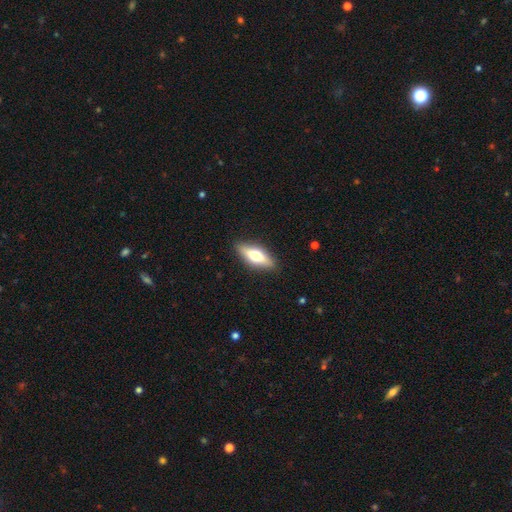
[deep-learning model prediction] smooth-or-featured: smooth: 56% | featured or disk: 38% | star or artifact: 6%
  how-rounded: in between: 59% | cigar-shaped: 38% | round: 3%
  merging: none: 88% | minor disturbance: 9% | major disturbance: 2% | merger: 1%